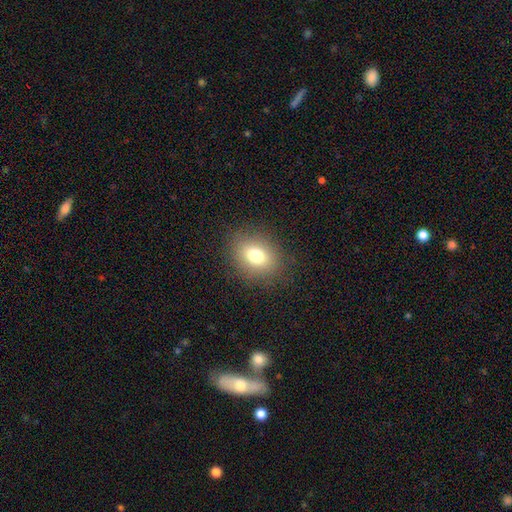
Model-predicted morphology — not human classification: Q: Smooth or featured?
A: smooth (76%); runner-up: star or artifact (13%)
Q: How rounded?
A: in between (52%); runner-up: round (47%)
Q: Merging?
A: none (86%); runner-up: minor disturbance (9%)